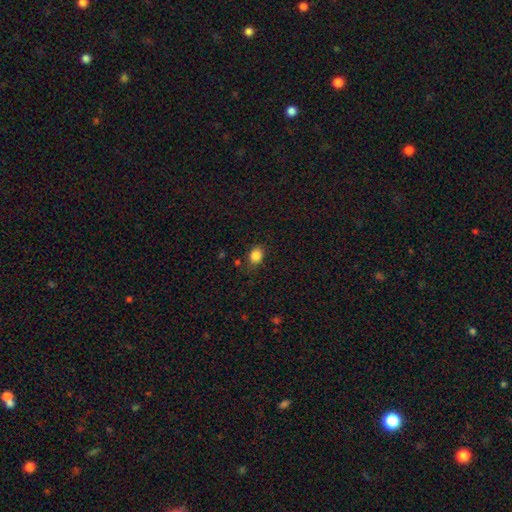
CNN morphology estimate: type=smooth (84%); roundness=in between (55%); merging=none (80%).